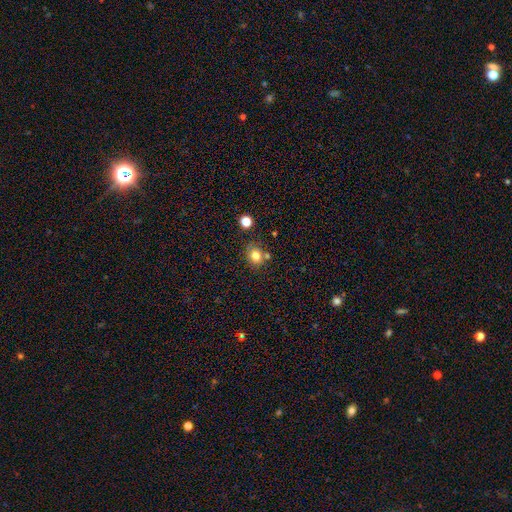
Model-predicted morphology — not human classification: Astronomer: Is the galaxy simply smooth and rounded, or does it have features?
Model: smooth — 78%.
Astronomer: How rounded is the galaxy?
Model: round — 69%.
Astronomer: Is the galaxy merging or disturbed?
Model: none — 69%.